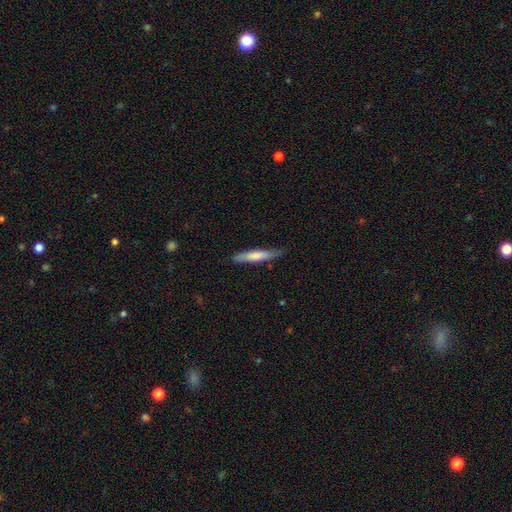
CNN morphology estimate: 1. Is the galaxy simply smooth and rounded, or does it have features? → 68% smooth, 27% featured or disk, 5% star or artifact.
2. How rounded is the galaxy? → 89% cigar-shaped, 9% in between, 1% round.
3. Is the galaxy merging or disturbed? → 80% none, 16% minor disturbance, 3% major disturbance, 1% merger.